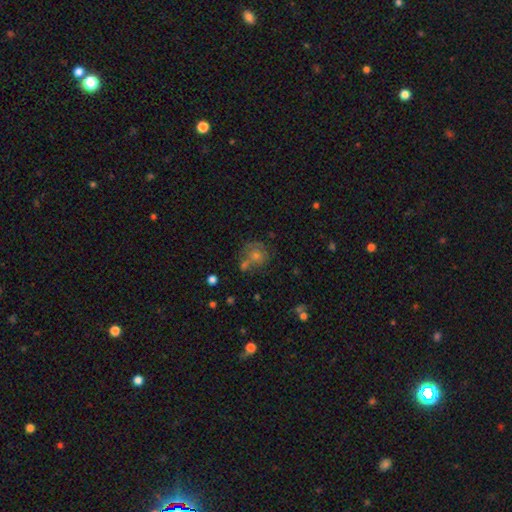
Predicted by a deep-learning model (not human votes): smooth-or-featured: smooth: 42% | featured or disk: 36% | star or artifact: 22%
  merging: none: 55% | merger: 20% | minor disturbance: 16% | major disturbance: 9%